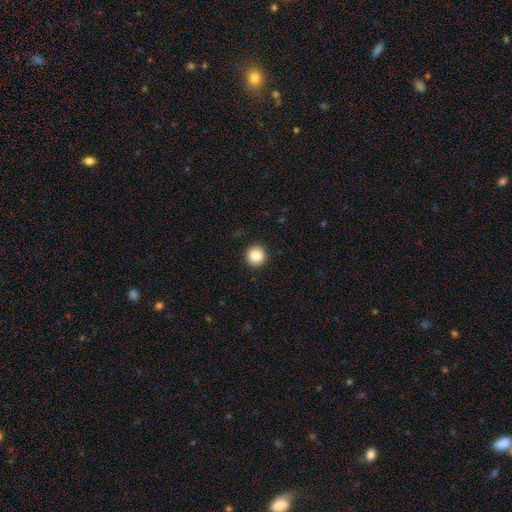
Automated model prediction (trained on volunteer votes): smooth_or_featured: smooth (p=0.86) [alt: star or artifact p=0.09]
how_rounded: round (p=0.94) [alt: in between p=0.05]
merging: none (p=0.93) [alt: minor disturbance p=0.05]